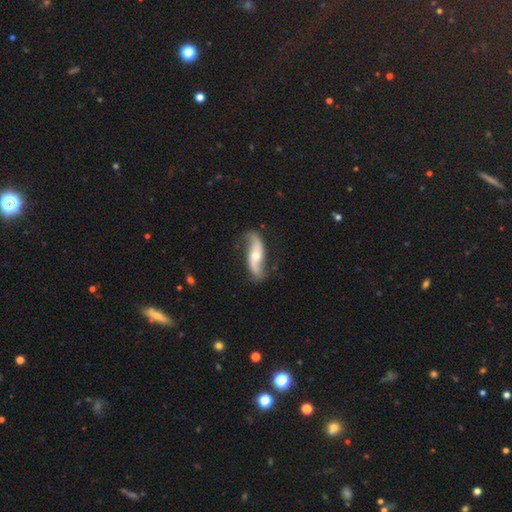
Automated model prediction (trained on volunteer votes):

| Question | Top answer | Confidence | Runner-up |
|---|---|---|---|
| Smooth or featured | featured or disk | 82% | smooth (13%) |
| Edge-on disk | no | 89% | yes (11%) |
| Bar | no | 57% | weak (25%) |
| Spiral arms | yes | 94% | no (6%) |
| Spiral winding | loose | 83% | medium (12%) |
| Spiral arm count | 2 | 92% | 1 (2%) |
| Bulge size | moderate | 60% | small (34%) |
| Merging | none | 74% | minor disturbance (17%) |